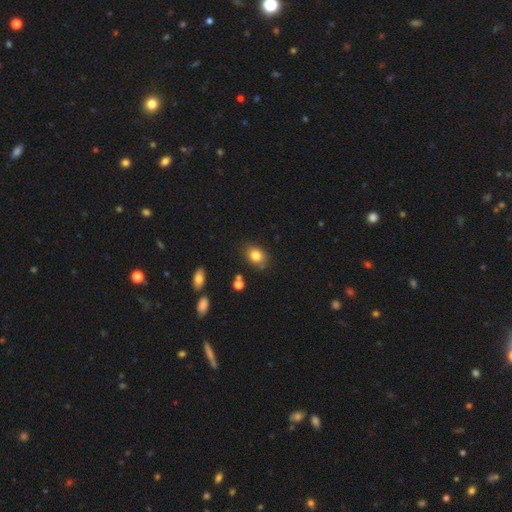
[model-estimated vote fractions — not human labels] A smooth galaxy with no disk features (82%) that is in between round and cigar-shaped (62%).

Vote fractions:
- Smooth or featured? smooth: 82% / star or artifact: 10% / featured or disk: 8%
- How rounded? in between: 62% / round: 37% / cigar-shaped: 1%
- Merging? none: 81% / minor disturbance: 13% / merger: 3% / major disturbance: 3%